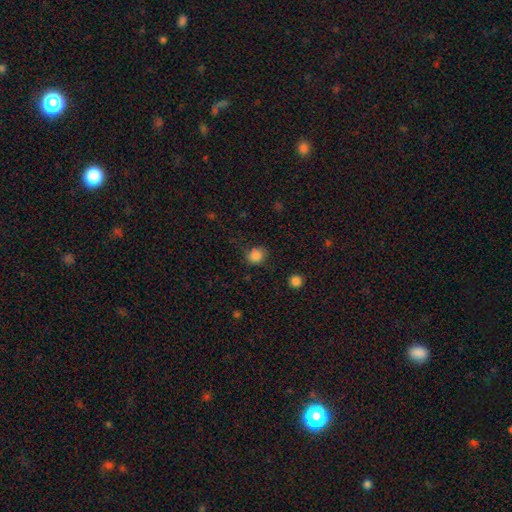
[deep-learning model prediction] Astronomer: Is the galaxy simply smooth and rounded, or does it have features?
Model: smooth — 83%.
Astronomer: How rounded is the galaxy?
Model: round — 71%.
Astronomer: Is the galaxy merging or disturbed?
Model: none — 77%.